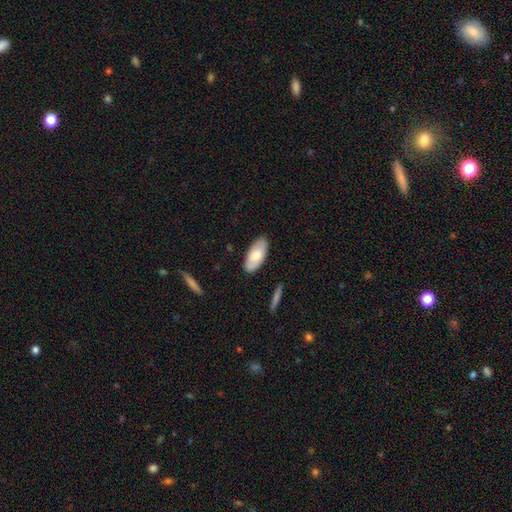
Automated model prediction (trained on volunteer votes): Smooth or featured?
  - smooth: 71% *
  - featured or disk: 24%
  - star or artifact: 5%
How rounded?
  - in between: 92% *
  - cigar-shaped: 6%
  - round: 2%
Merging?
  - none: 87% *
  - minor disturbance: 10%
  - major disturbance: 2%
  - merger: 1%